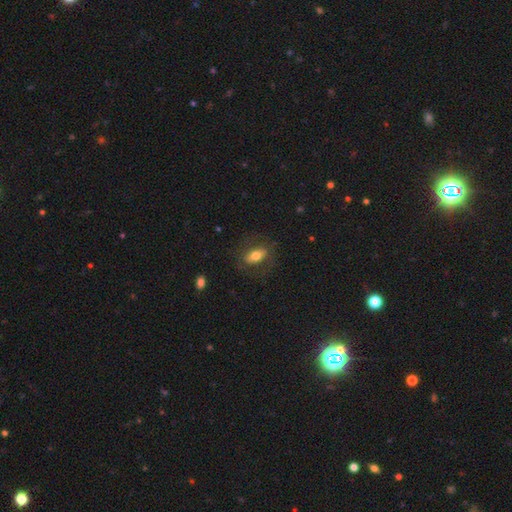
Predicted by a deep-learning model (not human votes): Smooth or featured: smooth — 60% (featured or disk — 32%)
How rounded: in between — 82% (cigar-shaped — 9%)
Merging: none — 73% (minor disturbance — 15%)